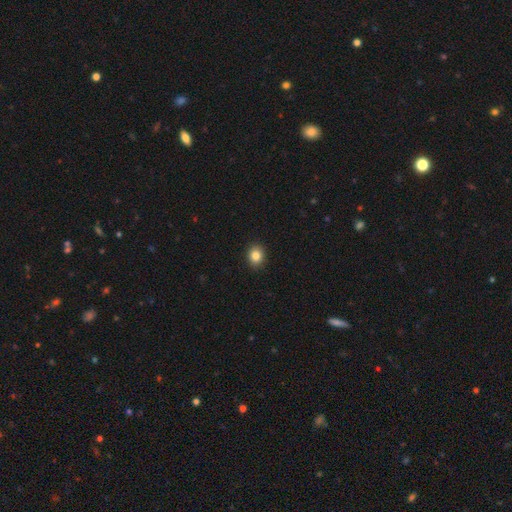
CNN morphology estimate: smooth 84%, star or artifact 10%, featured or disk 6%. Down the decision tree: how rounded — round (67%); merging — none (91%).